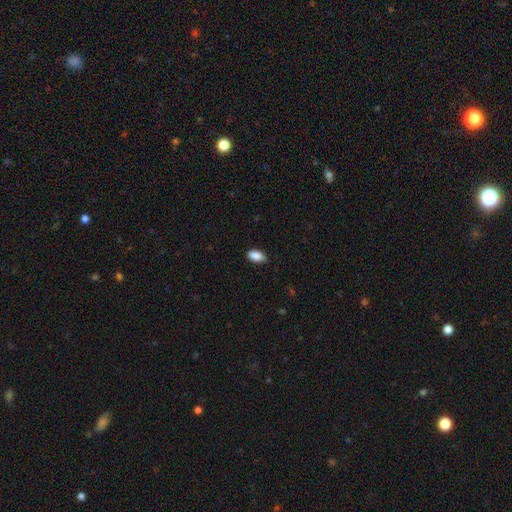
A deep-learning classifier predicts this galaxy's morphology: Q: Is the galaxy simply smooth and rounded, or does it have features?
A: smooth — 90%.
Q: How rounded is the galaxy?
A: in between — 93%.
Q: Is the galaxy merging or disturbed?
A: none — 85%.